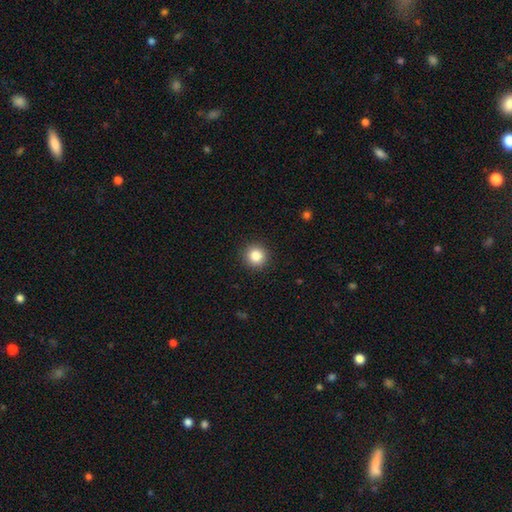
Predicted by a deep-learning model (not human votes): Overall: smooth (85%). How rounded: round (94%). Merging: none (92%).